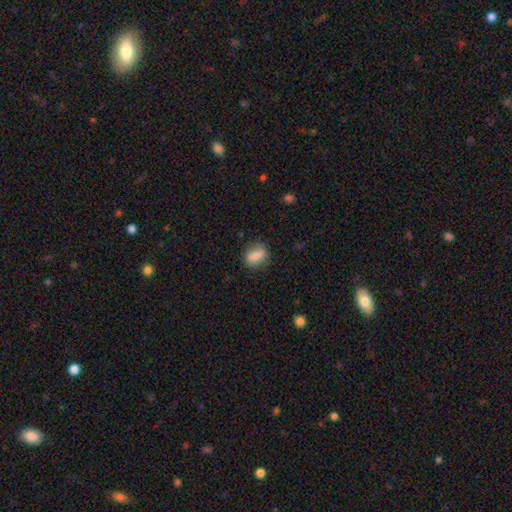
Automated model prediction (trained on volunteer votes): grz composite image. It shows a smooth galaxy with no disk features (80%) that is in between round and cigar-shaped (67%). Merging: none (78%).